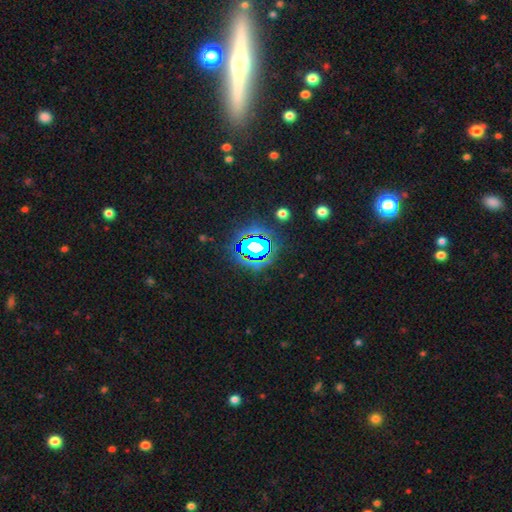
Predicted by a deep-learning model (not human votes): This is likely a star or artifact rather than a galaxy (79%).